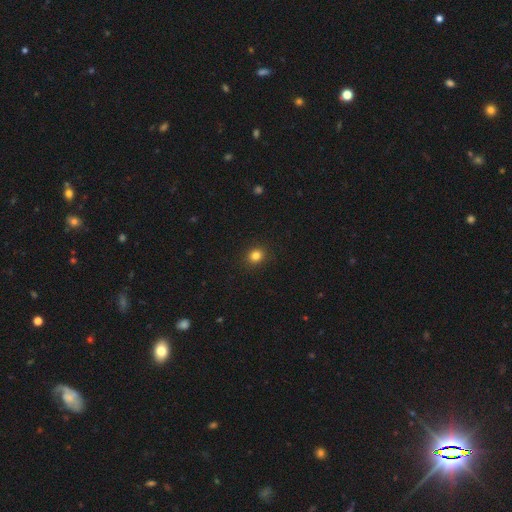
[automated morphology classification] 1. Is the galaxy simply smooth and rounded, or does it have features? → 83% smooth, 12% star or artifact, 5% featured or disk.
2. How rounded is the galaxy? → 78% round, 21% in between, 1% cigar-shaped.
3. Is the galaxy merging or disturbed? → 91% none, 6% minor disturbance, 2% major disturbance, 1% merger.